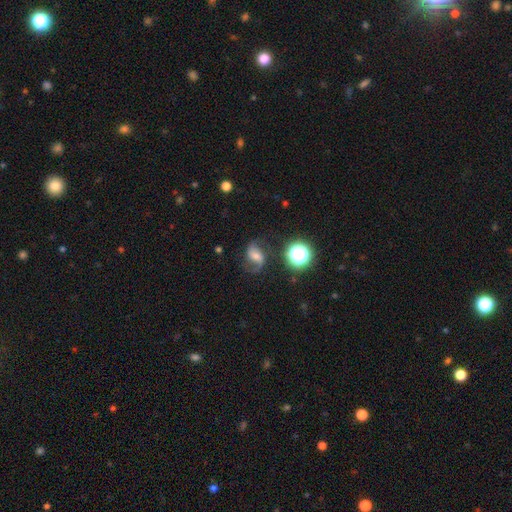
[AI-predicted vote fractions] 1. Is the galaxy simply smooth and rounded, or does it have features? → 71% featured or disk, 17% smooth, 13% star or artifact.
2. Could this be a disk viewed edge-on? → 97% no, 3% yes.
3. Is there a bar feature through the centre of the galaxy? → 45% weak, 31% no, 24% strong.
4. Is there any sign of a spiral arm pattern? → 94% yes, 6% no.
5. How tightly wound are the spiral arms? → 57% loose, 35% medium, 8% tight.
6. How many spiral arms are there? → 89% 2, 5% 1, 3% can't tell, 1% 3, 1% 4, 1% more than 4.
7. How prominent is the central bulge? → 41% moderate, 33% small, 13% large, 10% none, 3% dominant.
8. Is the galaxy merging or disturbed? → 69% none, 17% minor disturbance, 11% major disturbance, 2% merger.